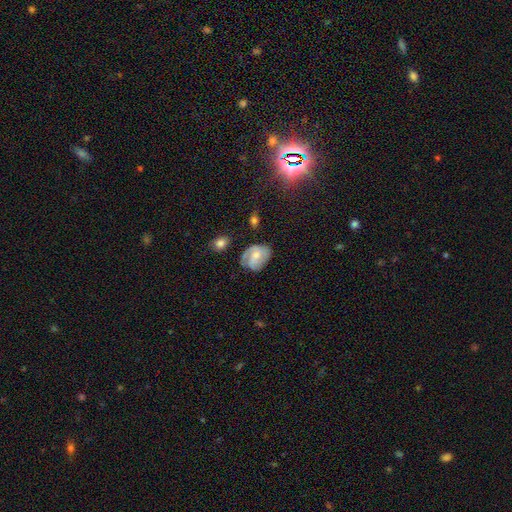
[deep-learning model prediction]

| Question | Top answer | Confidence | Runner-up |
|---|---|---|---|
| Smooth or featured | featured or disk | 51% | smooth (41%) |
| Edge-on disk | no | 96% | yes (4%) |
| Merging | none | 52% | minor disturbance (30%) |